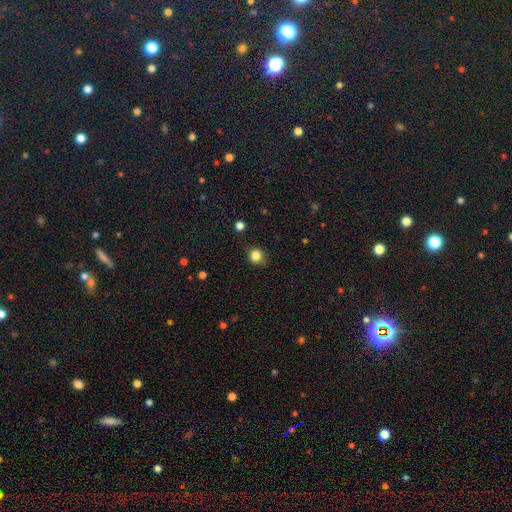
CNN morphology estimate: The model was most divided on "merging": none: 80%, minor disturbance: 15%, major disturbance: 3%, merger: 2%. More confident: how rounded — round (87%); smooth or featured — smooth (83%).